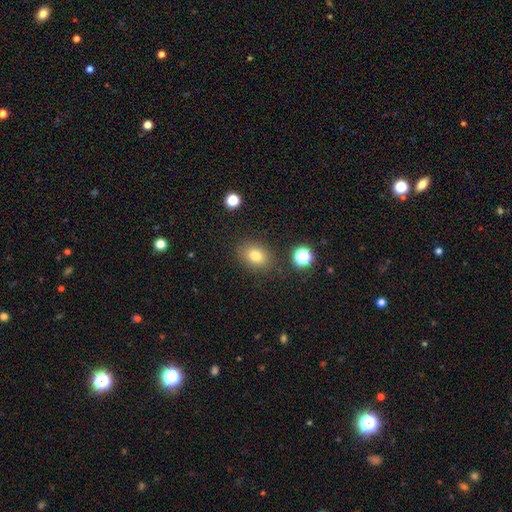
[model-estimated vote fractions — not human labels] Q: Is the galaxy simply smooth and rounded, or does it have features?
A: smooth — 79%.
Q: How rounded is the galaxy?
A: in between — 61%.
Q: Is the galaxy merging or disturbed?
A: none — 84%.